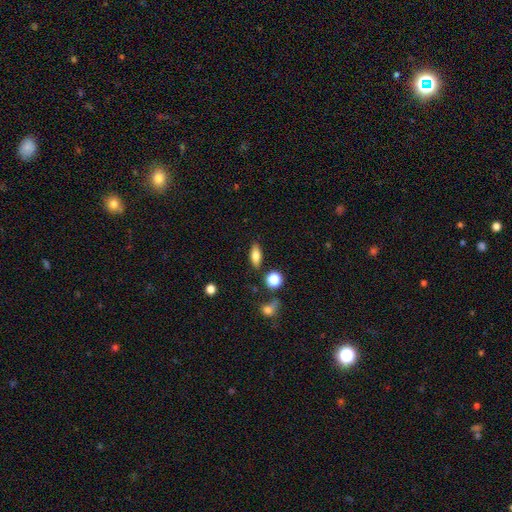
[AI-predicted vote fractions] This is likely a smooth galaxy (72%). How rounded: likely in between (75%). Merging: clearly none (83%).